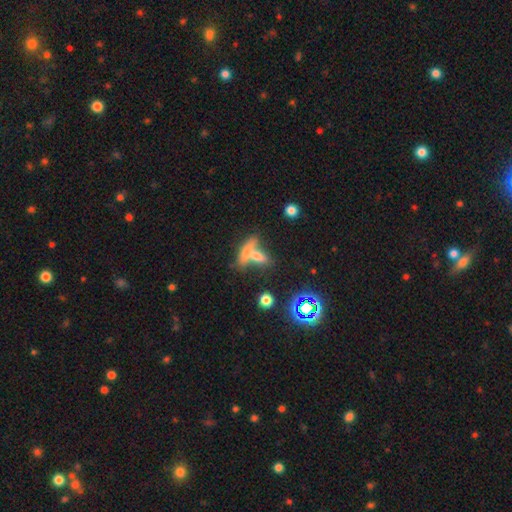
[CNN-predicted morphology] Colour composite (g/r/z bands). It shows a smooth galaxy with no disk features (55%) that is in between round and cigar-shaped (44%, tied with cigar-shaped). Merging: merger (52%).